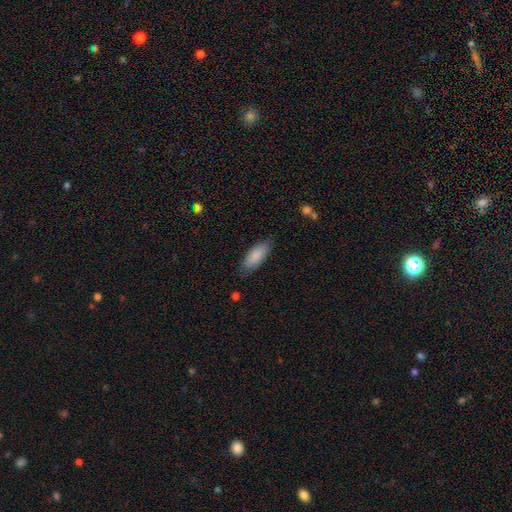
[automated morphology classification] Smooth or featured? smooth (86%)
How rounded? in between (79%)
Merging? none (80%)